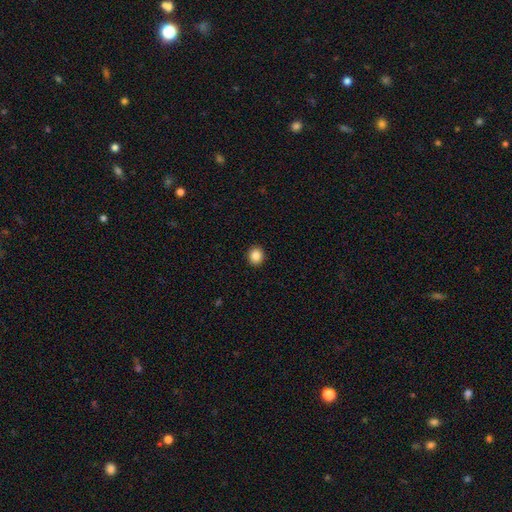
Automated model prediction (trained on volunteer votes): Smooth or featured? Predicted: smooth (p=0.86). How rounded? Predicted: round (p=0.80). Merging? Predicted: none (p=0.93).